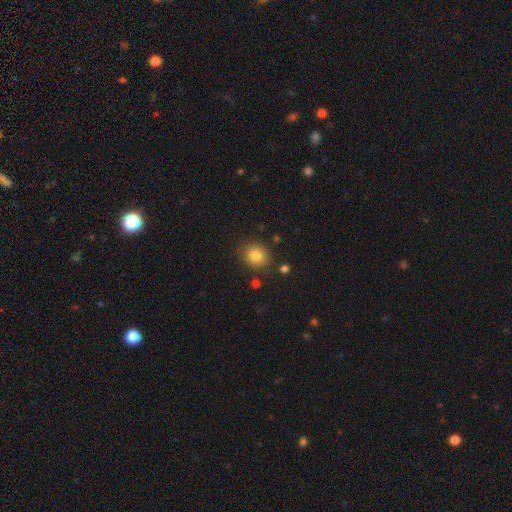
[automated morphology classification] This is clearly a smooth galaxy (83%). How rounded: likely round (76%). Merging: clearly none (85%).